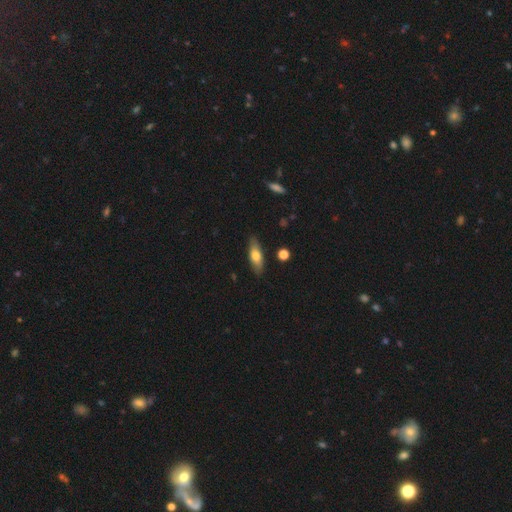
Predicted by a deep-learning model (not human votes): smooth-or-featured: smooth: 66% | featured or disk: 28% | star or artifact: 6%
  how-rounded: in between: 60% | cigar-shaped: 37% | round: 3%
  merging: none: 86% | minor disturbance: 11% | major disturbance: 2% | merger: 2%